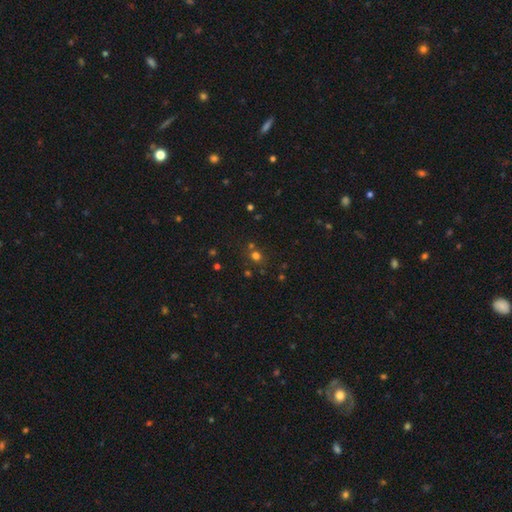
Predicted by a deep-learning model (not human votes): This is likely a smooth galaxy (63%). How rounded: clearly round (81%). Merging: likely none (72%).